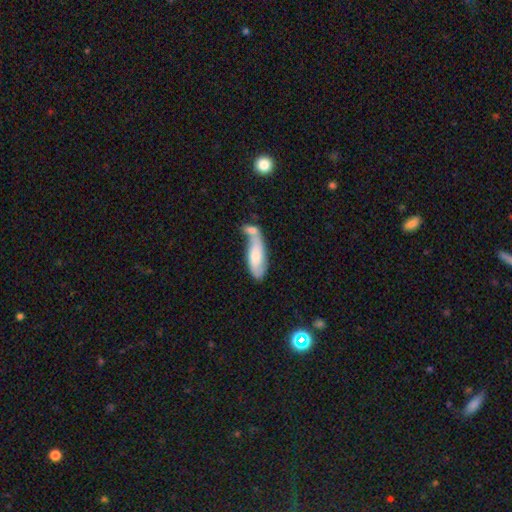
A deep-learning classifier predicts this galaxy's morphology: type=smooth (61%); roundness=in between (66%); merging=merger (49%).